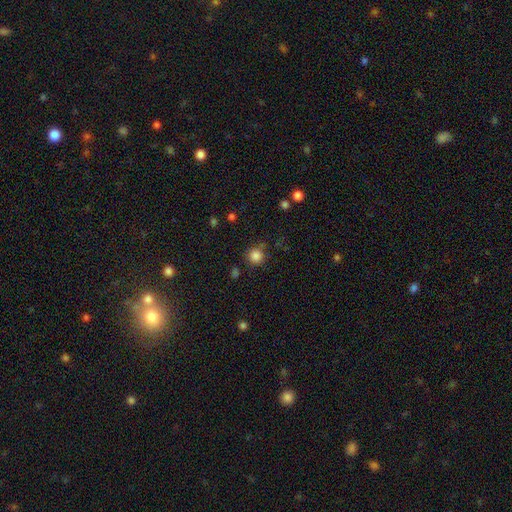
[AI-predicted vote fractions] Overall: smooth (84%). How rounded: round (93%). Merging: none (80%).